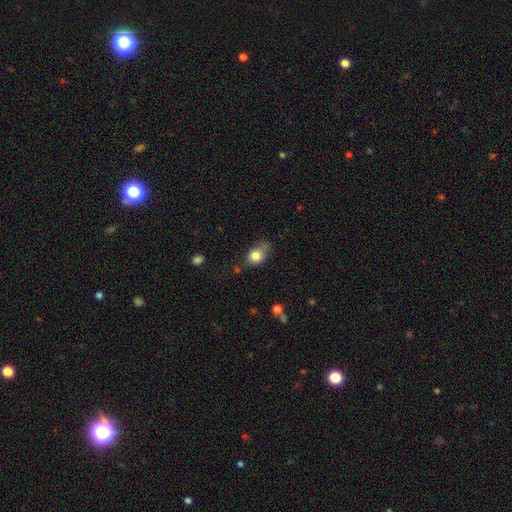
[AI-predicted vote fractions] Smooth or featured? smooth (81%)
How rounded? in between (66%)
Merging? none (50%)